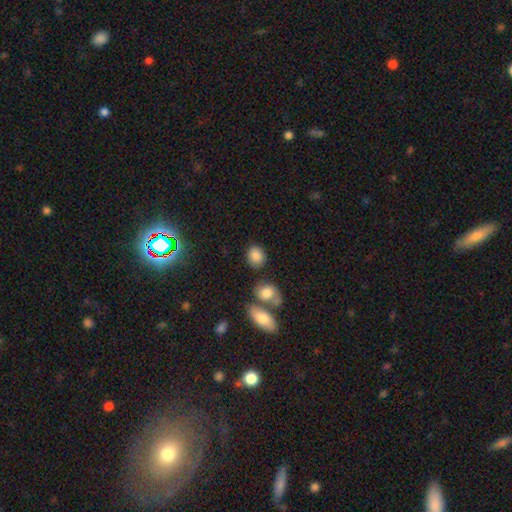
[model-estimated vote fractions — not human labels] Smooth or featured? Predicted: smooth (p=0.85). How rounded? Predicted: round (p=0.57). Merging? Predicted: none (p=0.74).